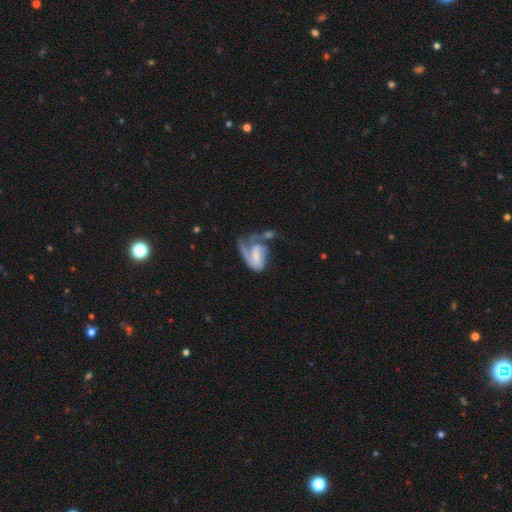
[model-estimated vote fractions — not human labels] This is likely a featured or disk galaxy (67%). It is clearly not viewed edge-on (97%). Bar: marginally weak (40%). Spiral arm pattern: clearly yes (81%). Spiral arm count: possibly 1 (52%). Spiral winding: marginally medium (39%). Central bulge: marginally small (35%). Merging: marginally major disturbance (41%).